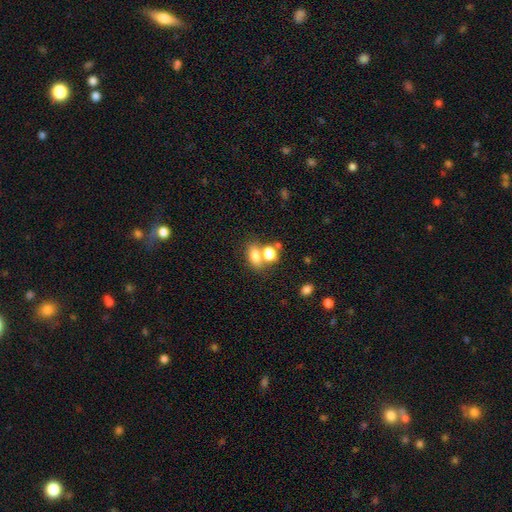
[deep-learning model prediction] A smooth galaxy with no disk features (75%) that is in between round and cigar-shaped (69%).

Vote fractions:
- Smooth or featured? smooth: 75% / star or artifact: 13% / featured or disk: 11%
- How rounded? in between: 69% / round: 29% / cigar-shaped: 2%
- Merging? none: 47% / merger: 38% / minor disturbance: 10% / major disturbance: 5%